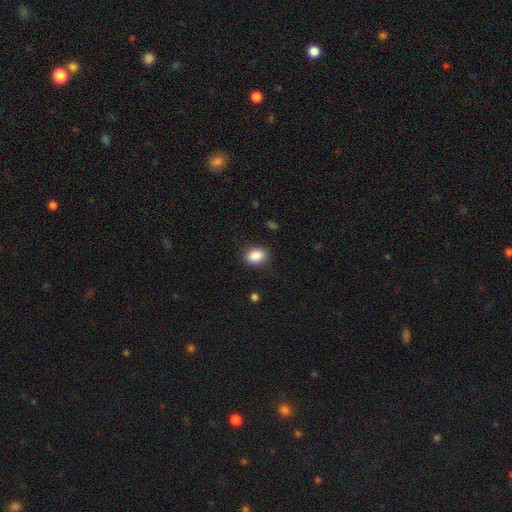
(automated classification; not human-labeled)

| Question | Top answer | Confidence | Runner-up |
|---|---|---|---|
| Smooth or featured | smooth | 89% | star or artifact (8%) |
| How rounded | in between | 72% | round (27%) |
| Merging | none | 86% | minor disturbance (10%) |